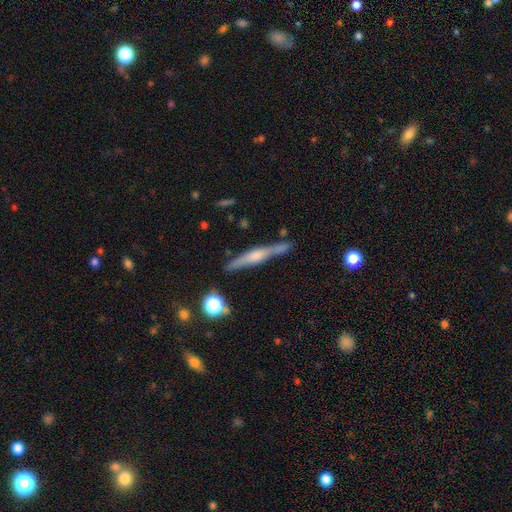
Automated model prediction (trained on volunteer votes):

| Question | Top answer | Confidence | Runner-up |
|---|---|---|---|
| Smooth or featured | featured or disk | 68% | smooth (25%) |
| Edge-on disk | yes | 97% | no (3%) |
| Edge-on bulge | rounded | 64% | boxy (23%) |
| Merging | none | 82% | minor disturbance (11%) |